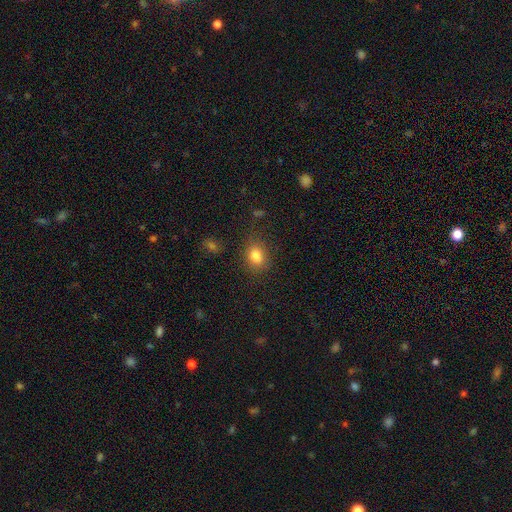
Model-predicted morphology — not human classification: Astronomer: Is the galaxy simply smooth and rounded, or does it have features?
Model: smooth — 82%.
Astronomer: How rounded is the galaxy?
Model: in between — 57% (runner-up: round, 42%).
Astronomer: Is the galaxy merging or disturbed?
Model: none — 79%.